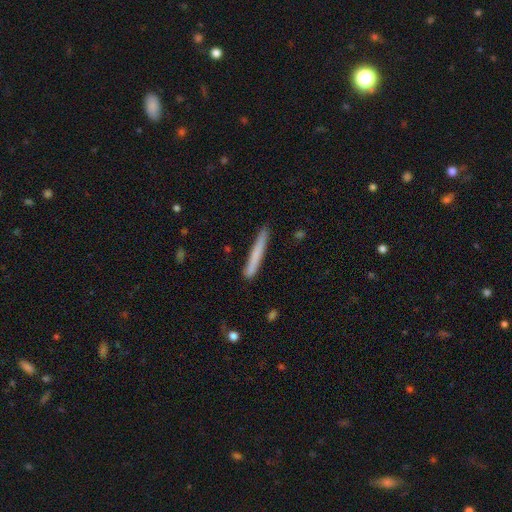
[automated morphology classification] type=smooth (72%); roundness=cigar-shaped (97%); merging=none (86%).